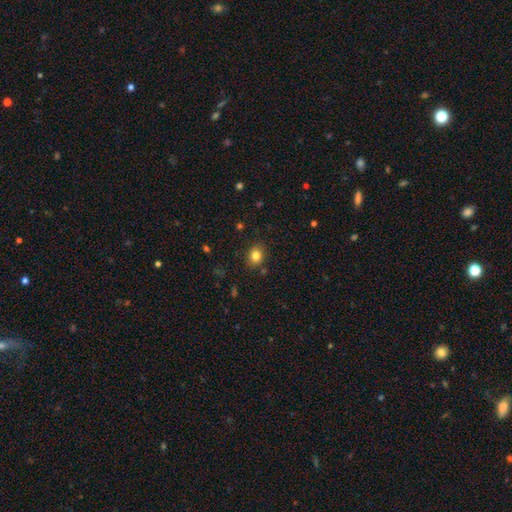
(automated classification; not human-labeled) A smooth galaxy with no disk features (81%) that is round (60%). Merging: none (86%).